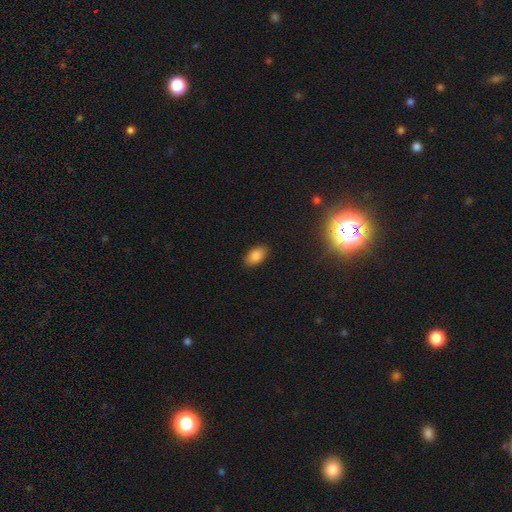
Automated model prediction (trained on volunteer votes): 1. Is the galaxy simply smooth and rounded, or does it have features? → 84% smooth, 9% star or artifact, 6% featured or disk.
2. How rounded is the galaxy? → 92% in between, 7% round, 2% cigar-shaped.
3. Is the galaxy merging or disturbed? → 88% none, 9% minor disturbance, 2% major disturbance, 1% merger.